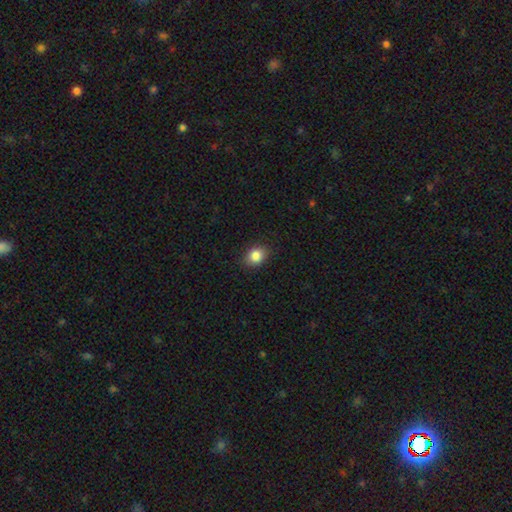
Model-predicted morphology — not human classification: smooth_or_featured: smooth (p=0.85) [alt: star or artifact p=0.10]
how_rounded: in between (p=0.50) [alt: round p=0.49]
merging: none (p=0.87) [alt: minor disturbance p=0.09]